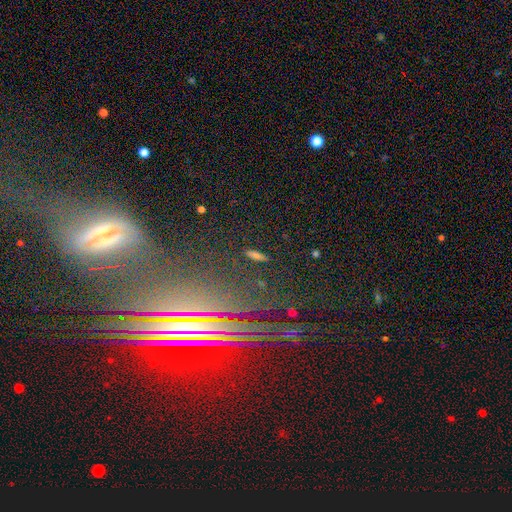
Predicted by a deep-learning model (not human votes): Morphology: type=star or artifact (50%).